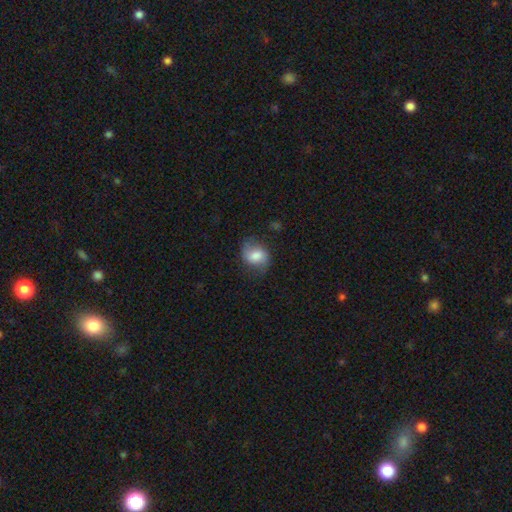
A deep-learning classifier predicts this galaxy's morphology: Overall: smooth (58%; featured or disk 34%). How rounded: in between (56%; round 42%). Merging: none (66%).